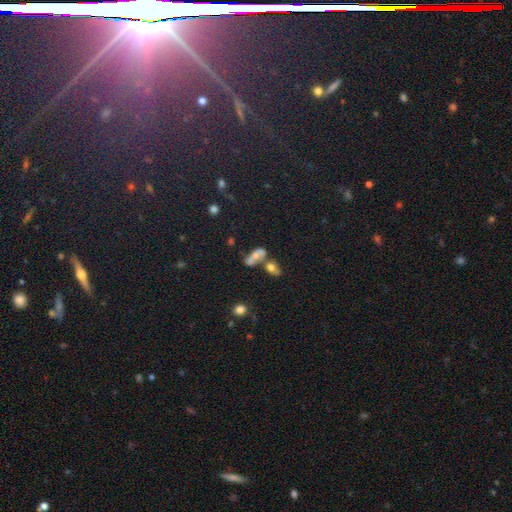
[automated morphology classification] smooth 54%, featured or disk 31%, star or artifact 15%. Down the decision tree: how rounded — in between (78%); merging — merger (51%).